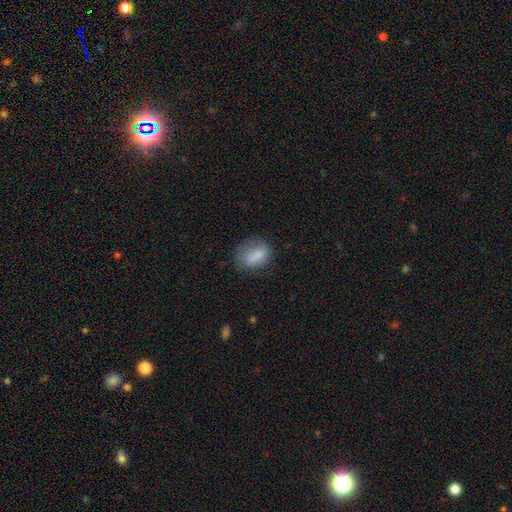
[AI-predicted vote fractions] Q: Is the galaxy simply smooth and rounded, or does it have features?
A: smooth — 77%.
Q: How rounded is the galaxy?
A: in between — 64%.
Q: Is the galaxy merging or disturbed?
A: none — 57%.